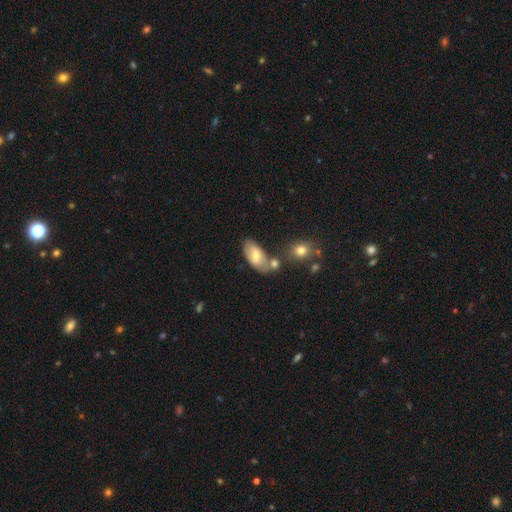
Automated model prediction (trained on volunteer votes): smooth-or-featured: smooth: 65% | featured or disk: 28% | star or artifact: 7%
  how-rounded: in between: 92% | cigar-shaped: 4% | round: 3%
  merging: none: 56% | merger: 23% | minor disturbance: 17% | major disturbance: 5%